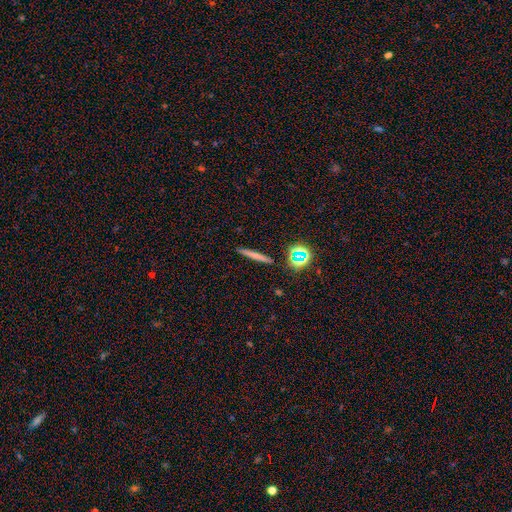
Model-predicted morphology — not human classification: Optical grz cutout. It shows a smooth galaxy with no disk features (61%) that is cigar-shaped (92%). Merging: none (90%).